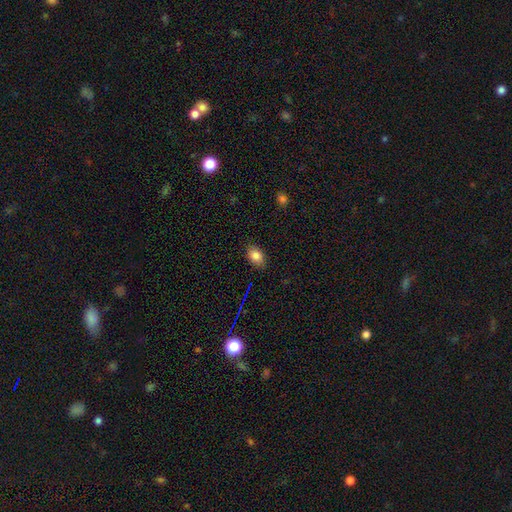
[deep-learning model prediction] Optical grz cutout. It shows a smooth galaxy with no disk features (84%) that is in between round and cigar-shaped (85%). Merging: none (85%).